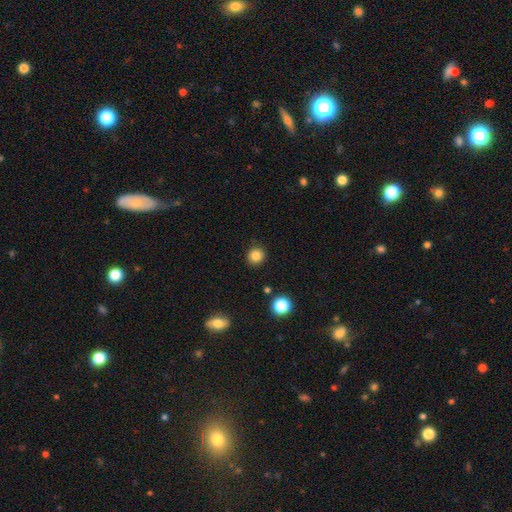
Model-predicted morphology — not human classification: Q: Smooth or featured?
A: smooth (83%); runner-up: star or artifact (12%)
Q: How rounded?
A: round (90%); runner-up: in between (9%)
Q: Merging?
A: none (90%); runner-up: minor disturbance (7%)